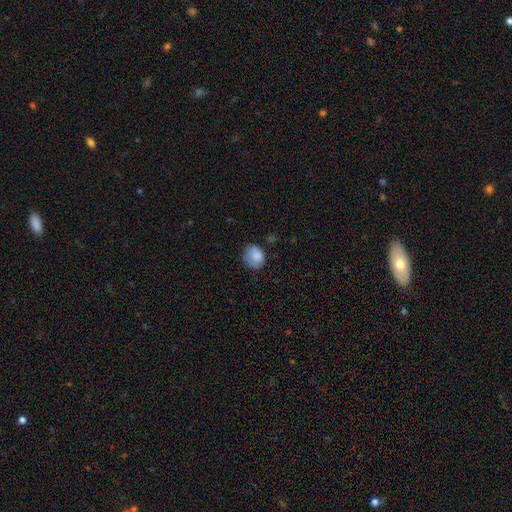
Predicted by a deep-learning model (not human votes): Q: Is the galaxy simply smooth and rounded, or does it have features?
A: smooth — 82%.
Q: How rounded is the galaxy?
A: round — 59%.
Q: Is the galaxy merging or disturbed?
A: none — 59%.